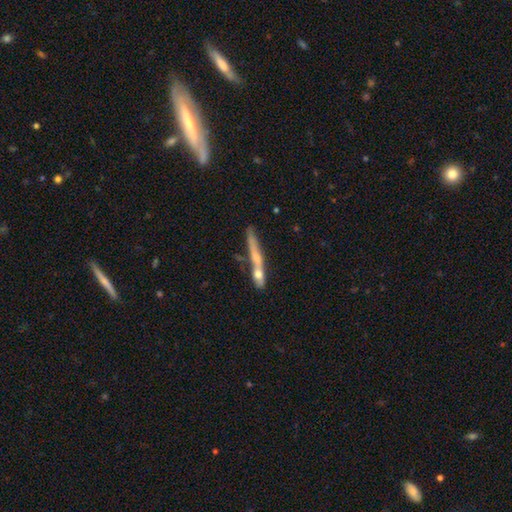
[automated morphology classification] A smooth galaxy with no disk features (52%) that is cigar-shaped (85%).

Vote fractions:
- Smooth or featured? smooth: 52% / featured or disk: 40% / star or artifact: 8%
- How rounded? cigar-shaped: 85% / in between: 11% / round: 4%
- Merging? merger: 43% / none: 33% / minor disturbance: 14% / major disturbance: 10%